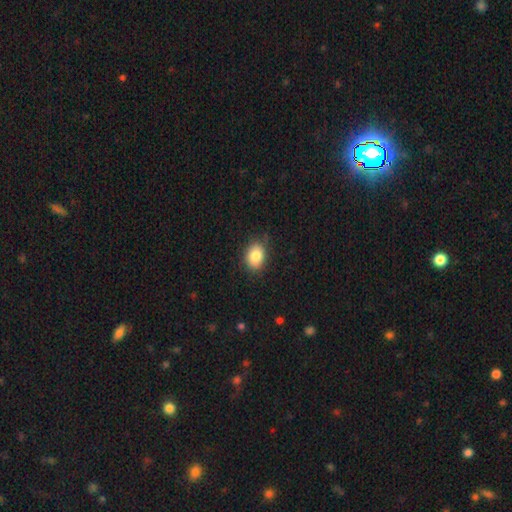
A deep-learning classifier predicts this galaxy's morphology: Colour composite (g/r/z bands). It shows a smooth galaxy with no disk features (84%) that is in between round and cigar-shaped (62%). Merging: none (78%).